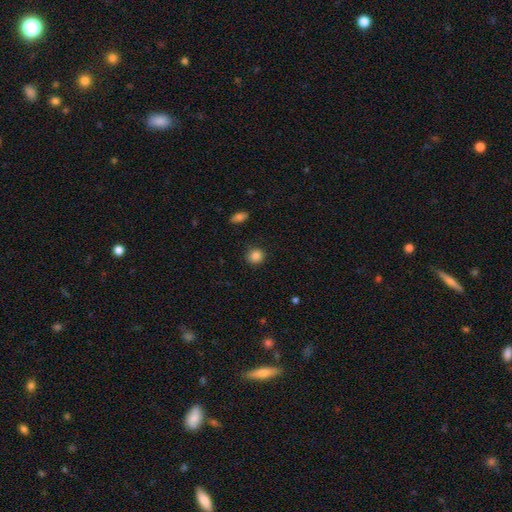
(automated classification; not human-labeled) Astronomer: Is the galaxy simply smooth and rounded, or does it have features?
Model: smooth — 87%.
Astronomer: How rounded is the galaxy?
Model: round — 87%.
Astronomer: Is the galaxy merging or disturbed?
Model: none — 89%.